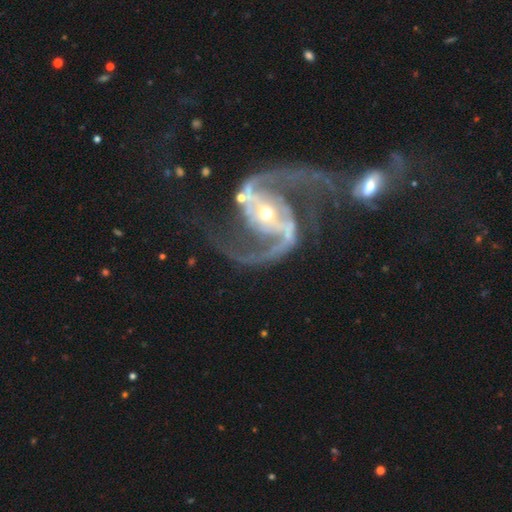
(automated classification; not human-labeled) smooth_or_featured: featured or disk (p=0.94) [alt: star or artifact p=0.04]
disk_edge_on: no (p=0.98) [alt: yes p=0.02]
bar: strong (p=0.43) [alt: weak p=0.31]
has_spiral_arms: yes (p=0.99) [alt: no p=0.01]
spiral_winding: medium (p=0.58) [alt: loose p=0.26]
spiral_arm_count: 2 (p=0.94) [alt: 3 p=0.01]
bulge_size: small (p=0.61) [alt: moderate p=0.35]
merging: none (p=0.39) [alt: merger p=0.29]